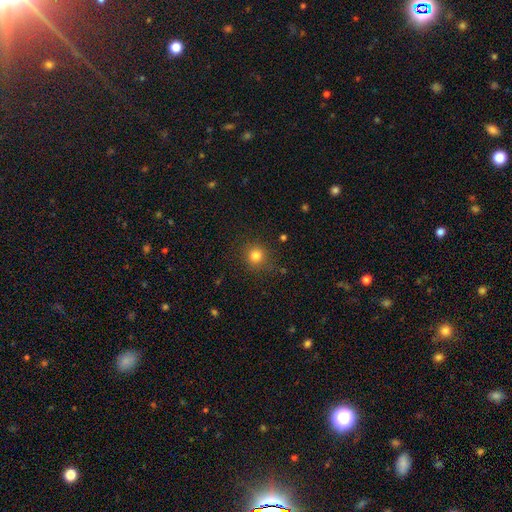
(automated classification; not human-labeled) Overall: smooth (81%). How rounded: round (90%). Merging: none (86%).